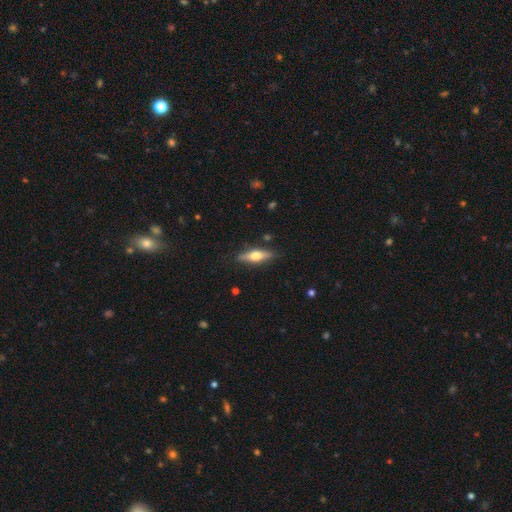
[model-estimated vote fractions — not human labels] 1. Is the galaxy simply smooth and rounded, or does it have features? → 53% featured or disk, 41% smooth, 6% star or artifact.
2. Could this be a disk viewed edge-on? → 93% yes, 7% no.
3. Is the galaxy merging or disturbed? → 85% none, 11% minor disturbance, 2% major disturbance, 1% merger.